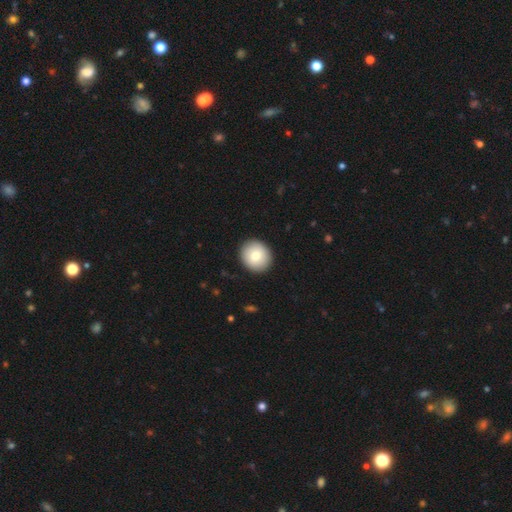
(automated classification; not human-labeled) The model was most divided on "smooth or featured": smooth: 80%, featured or disk: 13%, star or artifact: 7%. More confident: merging — none (92%); how rounded — round (87%).